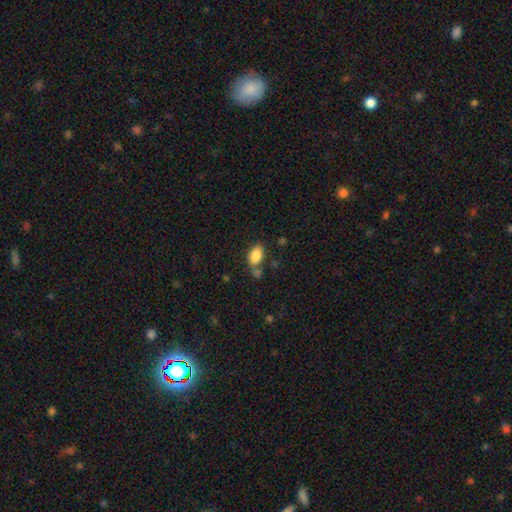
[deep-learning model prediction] A smooth galaxy with no disk features (86%) that is in between round and cigar-shaped (89%).

Vote fractions:
- Smooth or featured? smooth: 86% / star or artifact: 8% / featured or disk: 6%
- How rounded? in between: 89% / round: 9% / cigar-shaped: 2%
- Merging? none: 60% / merger: 18% / minor disturbance: 16% / major disturbance: 6%